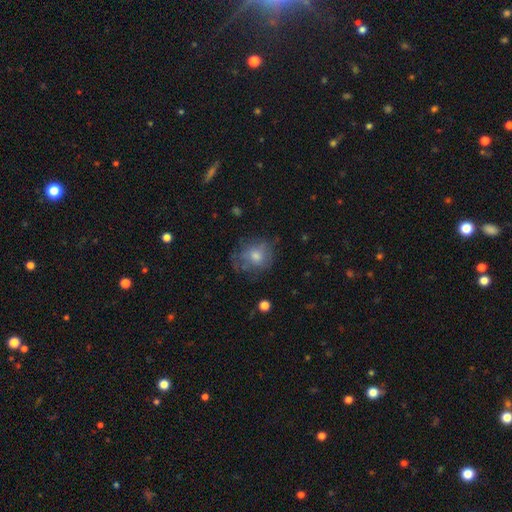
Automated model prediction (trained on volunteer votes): Smooth or featured: smooth — 63% (featured or disk — 26%)
How rounded: round — 67% (in between — 32%)
Merging: none — 53% (minor disturbance — 25%)